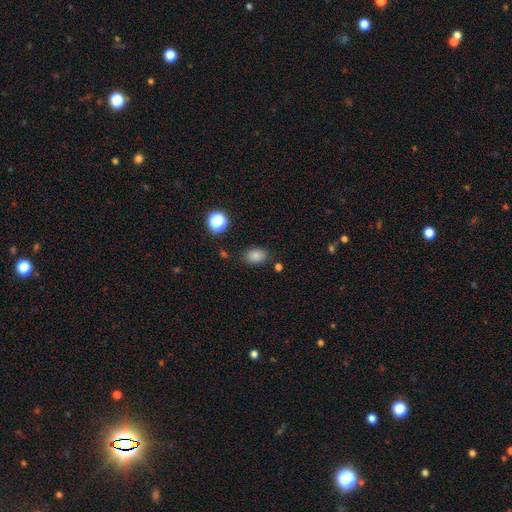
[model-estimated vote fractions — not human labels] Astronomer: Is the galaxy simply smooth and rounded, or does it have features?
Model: smooth — 83%.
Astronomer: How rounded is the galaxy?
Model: in between — 78%.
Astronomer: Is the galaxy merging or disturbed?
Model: none — 81%.